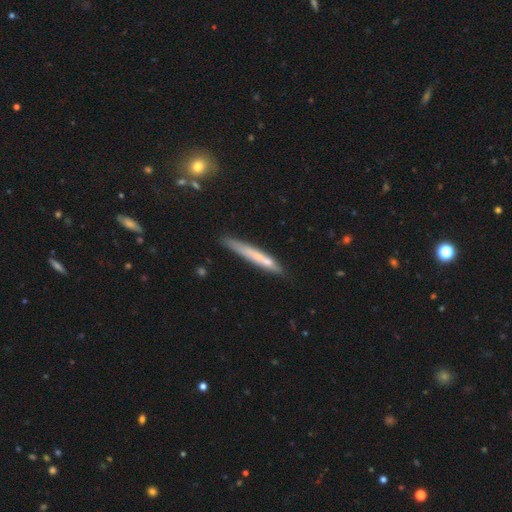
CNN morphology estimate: smooth 60%, featured or disk 33%, star or artifact 7%. Down the decision tree: how rounded — cigar-shaped (95%); merging — none (76%).